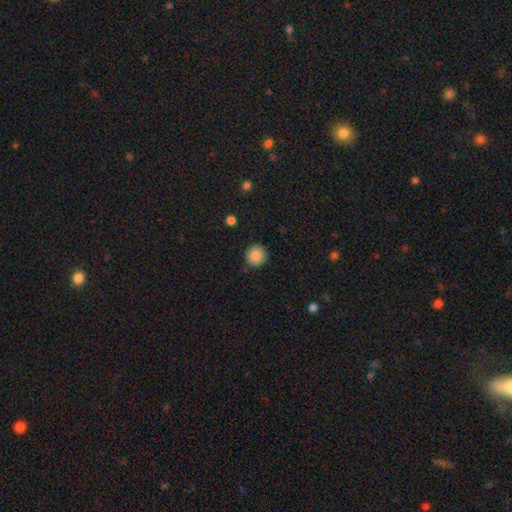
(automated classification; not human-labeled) Q: Smooth or featured?
A: smooth (85%); runner-up: star or artifact (8%)
Q: How rounded?
A: round (95%); runner-up: in between (4%)
Q: Merging?
A: none (90%); runner-up: minor disturbance (7%)